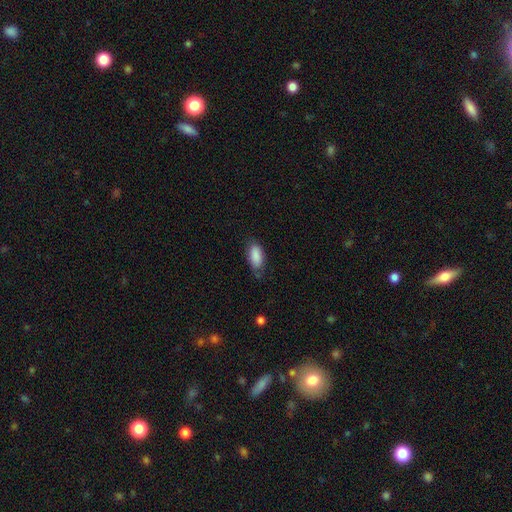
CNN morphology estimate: Overall: smooth (87%). How rounded: in between (89%). Merging: none (65%; minor disturbance 27%).